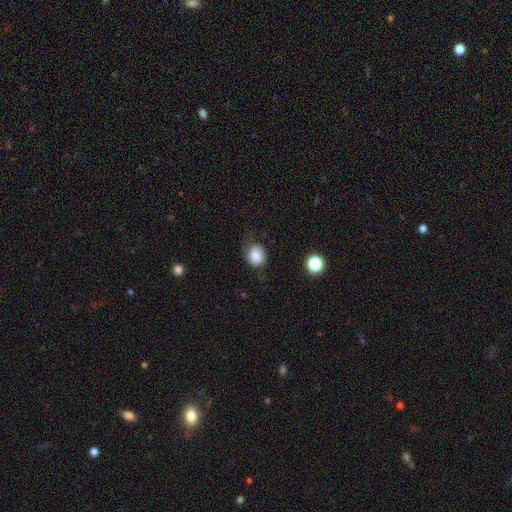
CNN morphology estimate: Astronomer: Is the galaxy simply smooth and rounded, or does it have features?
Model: smooth — 81%.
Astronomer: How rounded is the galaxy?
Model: round — 62%.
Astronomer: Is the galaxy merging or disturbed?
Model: none — 59%.